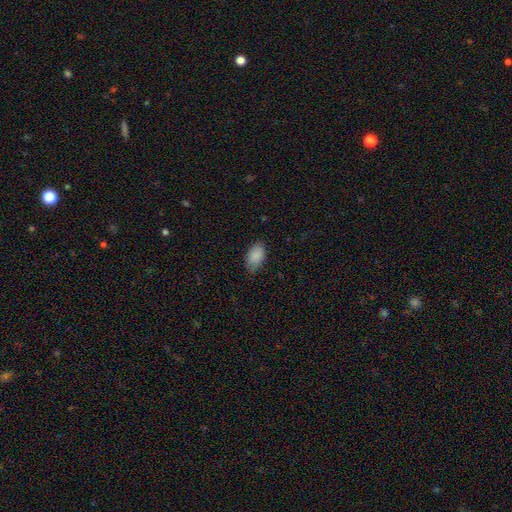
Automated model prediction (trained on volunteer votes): Smooth or featured?
  - smooth: 89% *
  - star or artifact: 7%
  - featured or disk: 4%
How rounded?
  - in between: 93% *
  - round: 4%
  - cigar-shaped: 2%
Merging?
  - none: 75% *
  - minor disturbance: 20%
  - major disturbance: 4%
  - merger: 1%